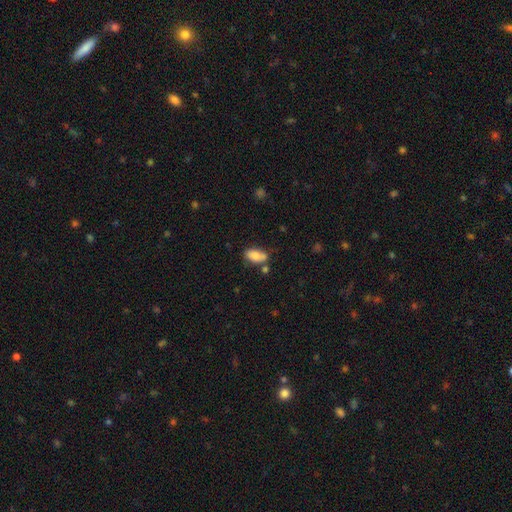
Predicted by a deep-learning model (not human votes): Morphology: type=smooth (82%); roundness=in between (90%); merging=none (59%).